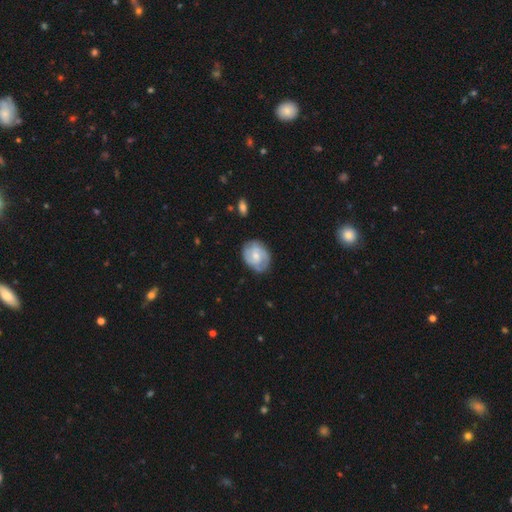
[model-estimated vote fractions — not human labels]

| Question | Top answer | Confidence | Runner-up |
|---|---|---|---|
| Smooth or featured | featured or disk | 62% | smooth (33%) |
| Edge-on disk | no | 97% | yes (3%) |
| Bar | no | 60% | weak (35%) |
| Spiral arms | yes | 86% | no (14%) |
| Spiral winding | tight | 52% | medium (37%) |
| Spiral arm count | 2 | 49% | can't tell (27%) |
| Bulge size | small | 47% | moderate (45%) |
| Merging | none | 77% | minor disturbance (18%) |